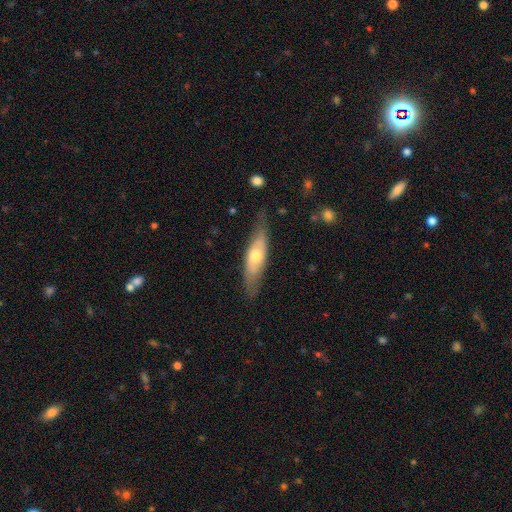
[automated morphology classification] This appears to be a featured or disk galaxy (49%). Merging: none (73%).